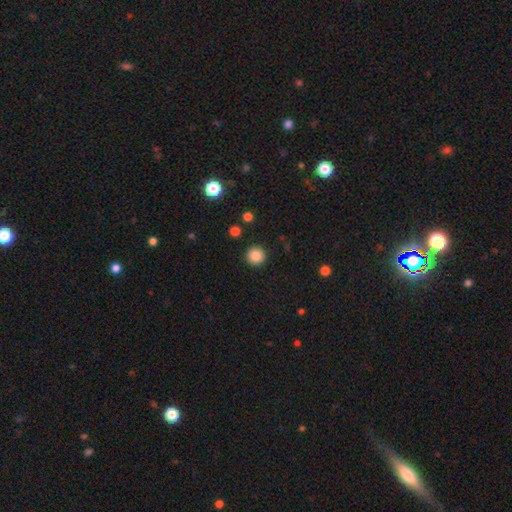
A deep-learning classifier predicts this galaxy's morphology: type=smooth (86%); roundness=round (96%); merging=none (92%).